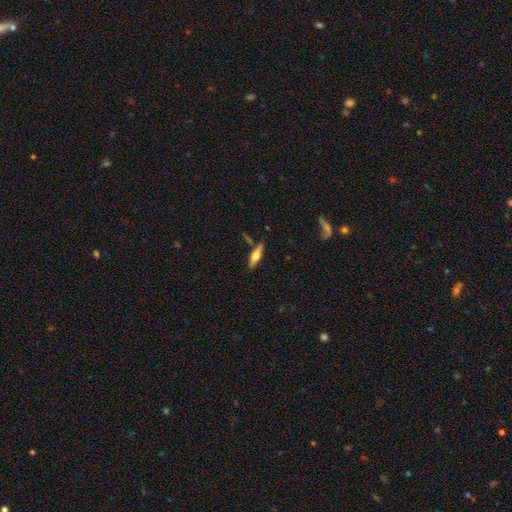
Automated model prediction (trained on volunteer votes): Morphology: type=smooth (51%); roundness=cigar-shaped (57%); merging=none (80%).